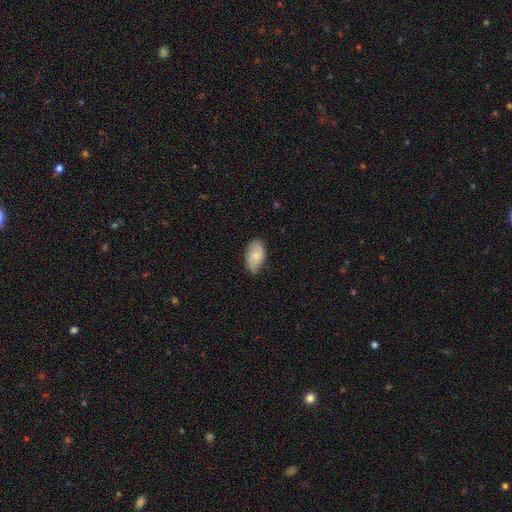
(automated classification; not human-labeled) Smooth or featured?
  - smooth: 64% *
  - featured or disk: 29%
  - star or artifact: 6%
How rounded?
  - in between: 93% *
  - round: 5%
  - cigar-shaped: 2%
Merging?
  - none: 70% *
  - minor disturbance: 24%
  - major disturbance: 4%
  - merger: 1%